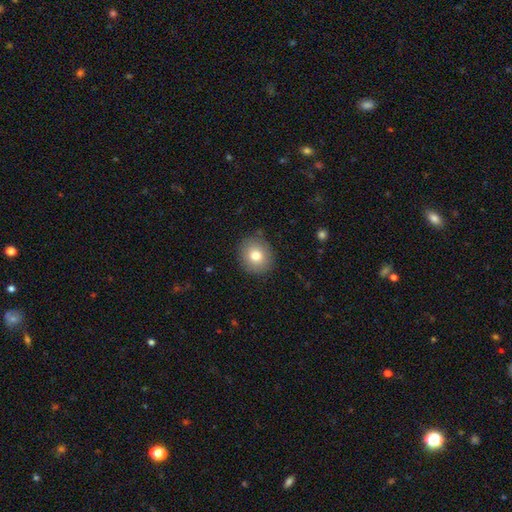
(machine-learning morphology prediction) Smooth or featured: smooth — 78% (featured or disk — 12%)
How rounded: round — 81% (in between — 18%)
Merging: none — 87% (minor disturbance — 9%)